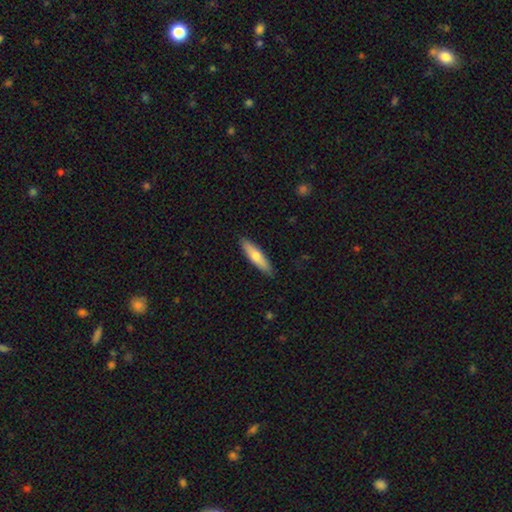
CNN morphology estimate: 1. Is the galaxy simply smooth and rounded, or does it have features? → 64% smooth, 30% featured or disk, 5% star or artifact.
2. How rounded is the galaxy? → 71% cigar-shaped, 27% in between, 2% round.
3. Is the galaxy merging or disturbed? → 89% none, 8% minor disturbance, 2% major disturbance, 1% merger.